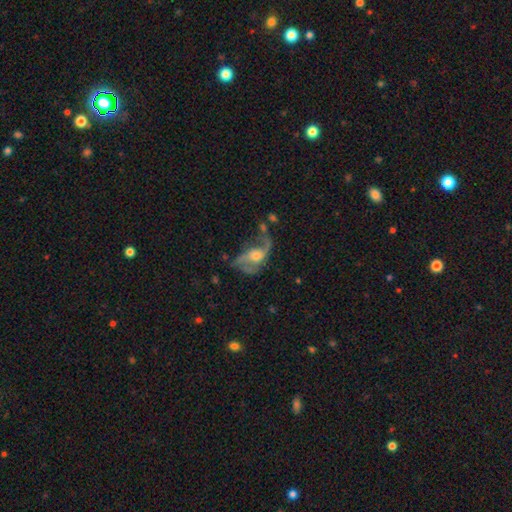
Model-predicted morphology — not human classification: Smooth or featured? featured or disk (79%)
Edge-on disk? no (96%)
Bar? no (60%)
Spiral arms? yes (88%)
Spiral winding? loose (65%)
Spiral arm count? 2 (74%)
Bulge size? moderate (52%)
Merging? none (40%)